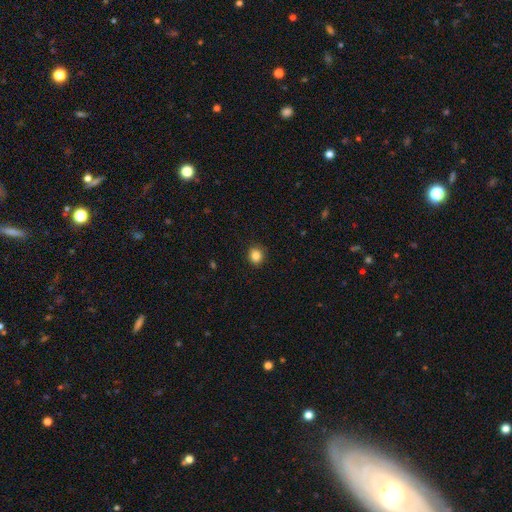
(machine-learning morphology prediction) smooth 86%, star or artifact 10%, featured or disk 4%. Down the decision tree: how rounded — round (86%); merging — none (90%).